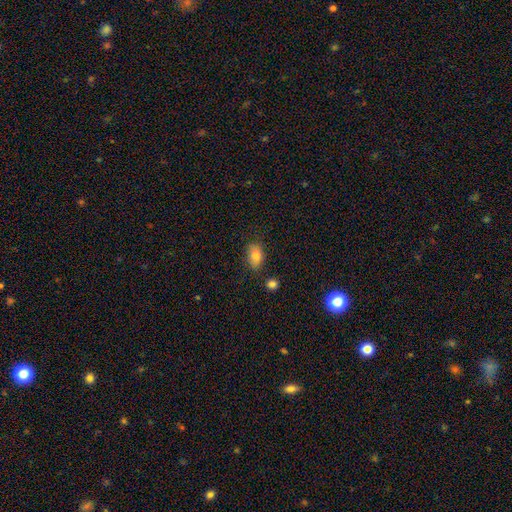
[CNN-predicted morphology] This appears to be a smooth galaxy with no disk features (81%) that is in between round and cigar-shaped (83%). Merging: none (77%).